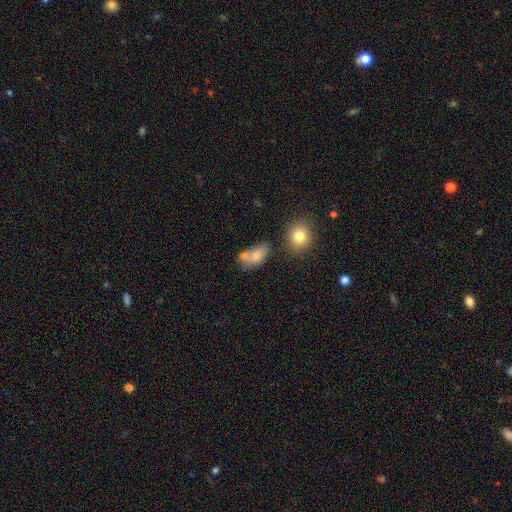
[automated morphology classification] A smooth galaxy with no disk features (72%) that is in between round and cigar-shaped (81%). Merging: merger (37%, tied with none).